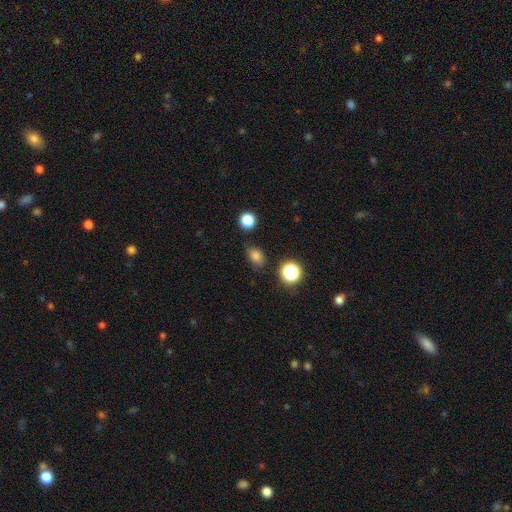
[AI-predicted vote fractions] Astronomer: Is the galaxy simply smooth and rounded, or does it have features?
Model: smooth — 79%.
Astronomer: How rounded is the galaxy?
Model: in between — 61% (runner-up: round, 38%).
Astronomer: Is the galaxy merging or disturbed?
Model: none — 76%.